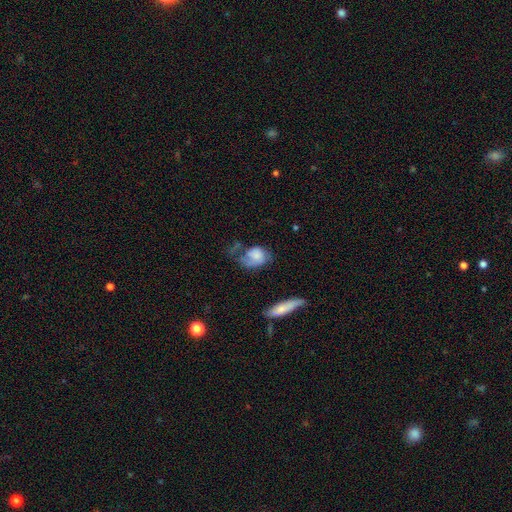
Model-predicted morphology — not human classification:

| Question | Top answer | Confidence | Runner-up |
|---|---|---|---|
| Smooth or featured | smooth | 58% | featured or disk (34%) |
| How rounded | in between | 71% | round (27%) |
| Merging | major disturbance | 41% | minor disturbance (26%) |